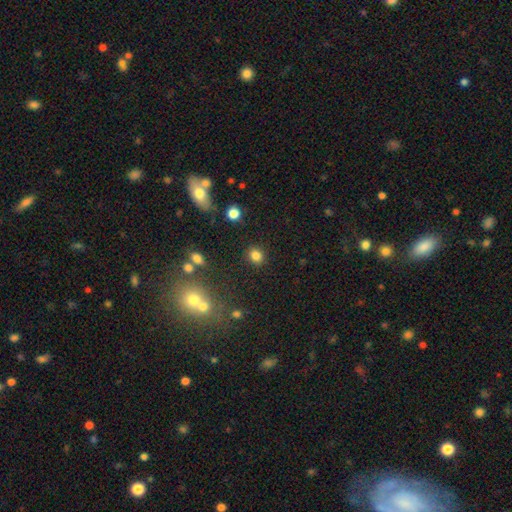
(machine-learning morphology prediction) Smooth or featured: smooth — 82% (star or artifact — 13%)
How rounded: round — 72% (in between — 27%)
Merging: none — 86% (minor disturbance — 7%)